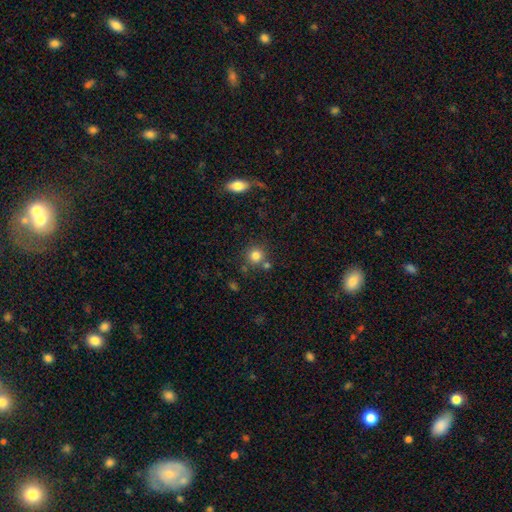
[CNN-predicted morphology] Smooth or featured? Predicted: smooth (p=0.81). How rounded? Predicted: round (p=0.92). Merging? Predicted: none (p=0.73).